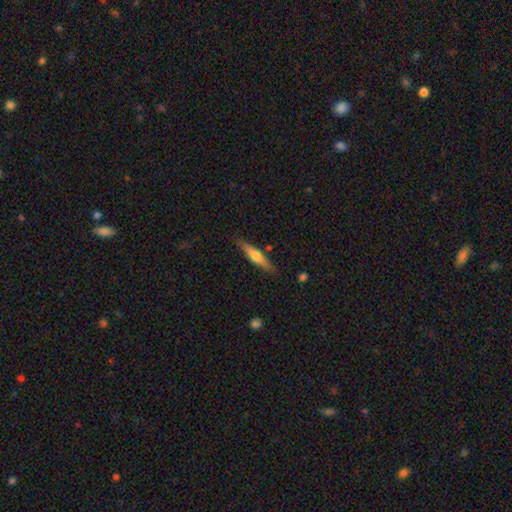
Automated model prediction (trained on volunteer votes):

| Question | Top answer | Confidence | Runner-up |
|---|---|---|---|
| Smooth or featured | smooth | 48% | featured or disk (46%) |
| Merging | none | 85% | minor disturbance (11%) |